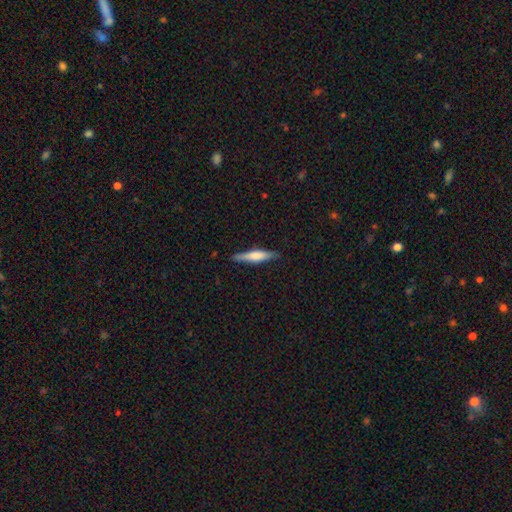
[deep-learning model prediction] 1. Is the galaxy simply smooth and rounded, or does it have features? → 53% smooth, 41% featured or disk, 6% star or artifact.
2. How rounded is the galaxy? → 86% cigar-shaped, 12% in between, 2% round.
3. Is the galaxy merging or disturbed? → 88% none, 9% minor disturbance, 2% major disturbance, 1% merger.